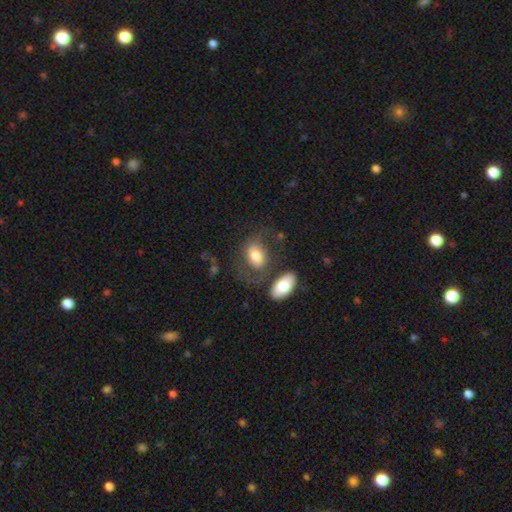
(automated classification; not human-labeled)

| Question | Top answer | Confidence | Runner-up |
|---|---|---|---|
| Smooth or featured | smooth | 63% | featured or disk (30%) |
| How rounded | in between | 83% | round (15%) |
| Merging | none | 44% | major disturbance (19%) |